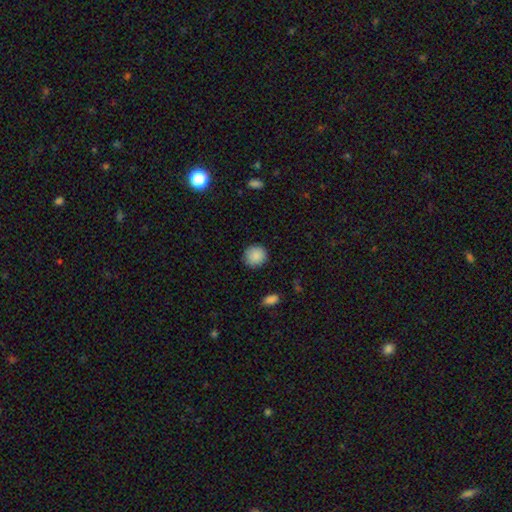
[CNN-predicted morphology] A smooth galaxy with no disk features (88%) that is round (92%). Merging: none (87%).